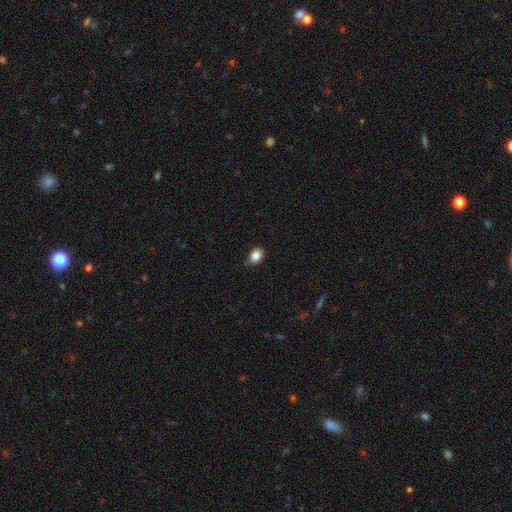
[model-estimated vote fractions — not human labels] Smooth or featured? Predicted: smooth (p=0.86). How rounded? Predicted: in between (p=0.67). Merging? Predicted: none (p=0.78).